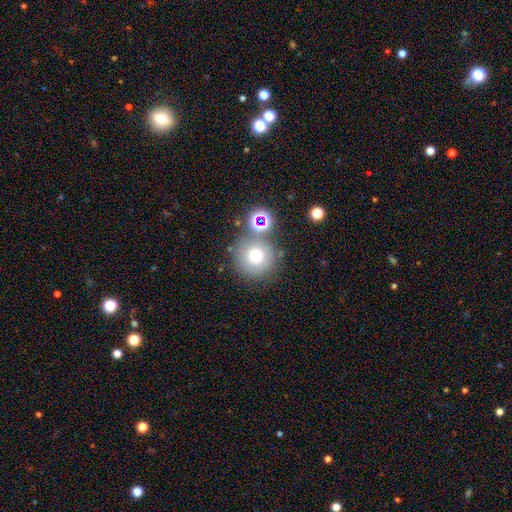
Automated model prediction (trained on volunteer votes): smooth_or_featured: smooth (p=0.71) [alt: star or artifact p=0.15]
how_rounded: round (p=0.95) [alt: in between p=0.04]
merging: none (p=0.72) [alt: merger p=0.13]